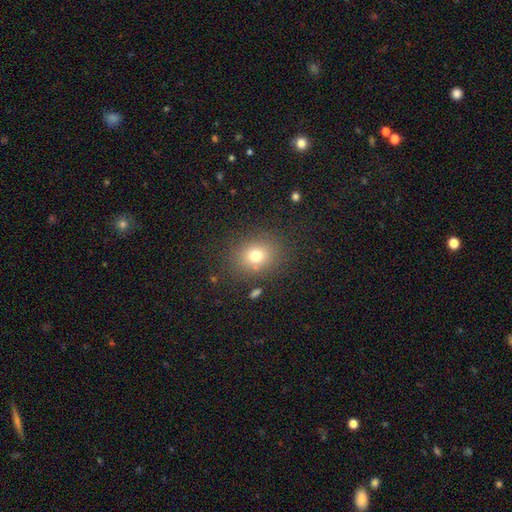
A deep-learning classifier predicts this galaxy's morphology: smooth_or_featured: smooth (p=0.74) [alt: star or artifact p=0.15]
how_rounded: round (p=0.58) [alt: in between p=0.41]
merging: none (p=0.82) [alt: minor disturbance p=0.10]